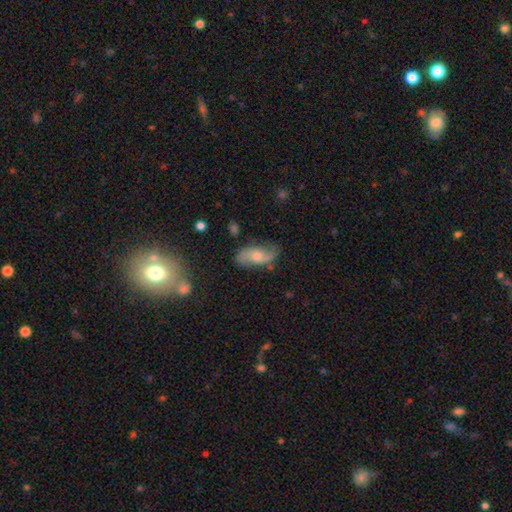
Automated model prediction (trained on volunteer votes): This is likely a featured or disk galaxy (65%). It is clearly not viewed edge-on (92%). Bar: likely no (64%). Spiral arm pattern: clearly yes (90%). Spiral arm count: clearly 2 (88%). Spiral winding: likely loose (66%). Central bulge: possibly moderate (57%). Merging: likely none (72%).